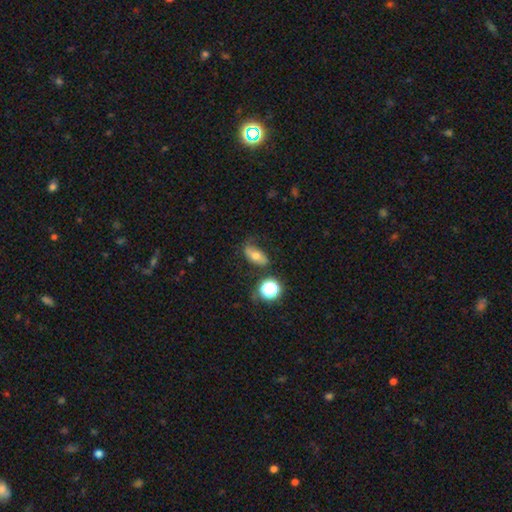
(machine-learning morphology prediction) smooth-or-featured: smooth: 54% | featured or disk: 33% | star or artifact: 13%
  how-rounded: in between: 79% | round: 12% | cigar-shaped: 9%
  merging: none: 56% | minor disturbance: 26% | major disturbance: 13% | merger: 5%